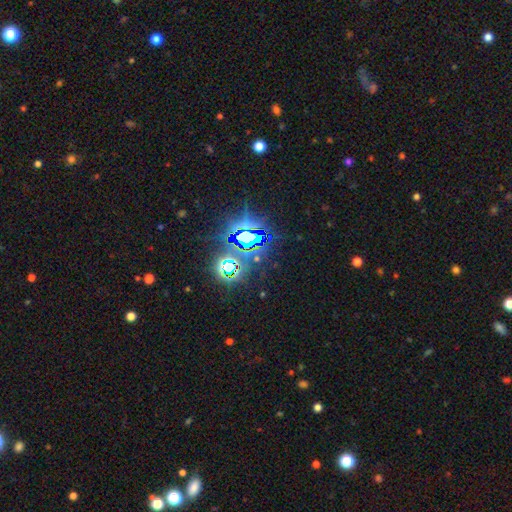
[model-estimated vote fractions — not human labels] smooth_or_featured: star or artifact (p=0.83) [alt: smooth p=0.09]